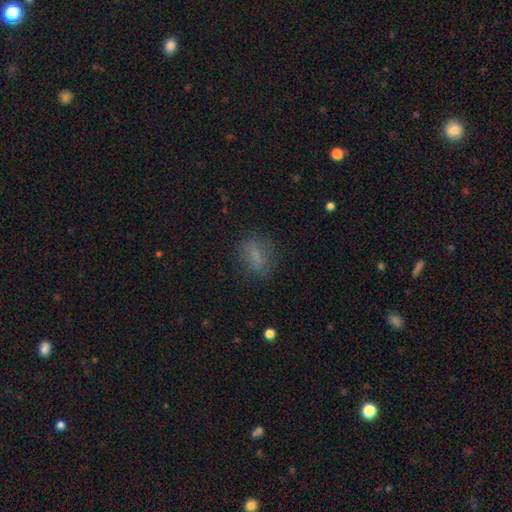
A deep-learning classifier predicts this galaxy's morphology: Smooth or featured? Predicted: smooth (p=0.75). How rounded? Predicted: in between (p=0.65). Merging? Predicted: none (p=0.76).